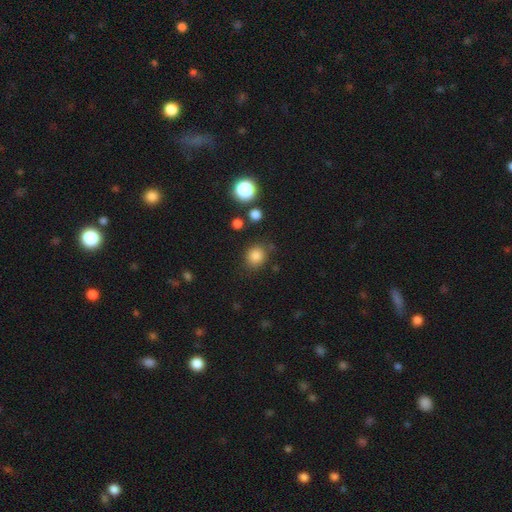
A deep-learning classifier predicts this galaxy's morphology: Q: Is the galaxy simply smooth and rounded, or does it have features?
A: smooth — 83%.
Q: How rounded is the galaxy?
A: round — 75%.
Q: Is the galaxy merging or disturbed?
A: none — 80%.